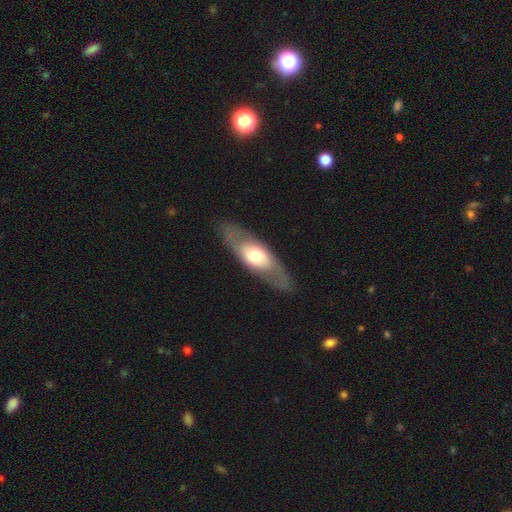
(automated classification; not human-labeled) Q: Smooth or featured?
A: featured or disk (53%); runner-up: smooth (42%)
Q: Edge-on disk?
A: no (67%); runner-up: yes (33%)
Q: Merging?
A: none (83%); runner-up: minor disturbance (11%)